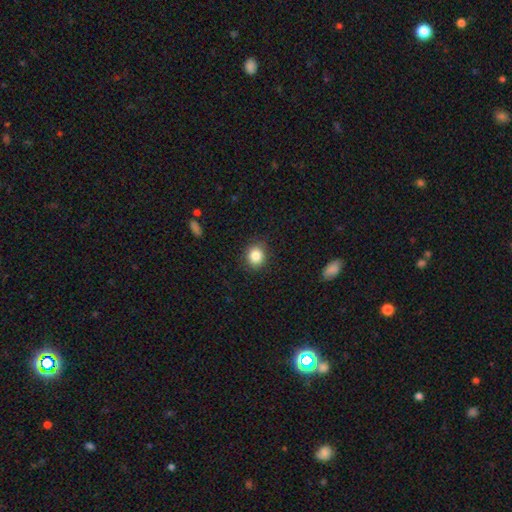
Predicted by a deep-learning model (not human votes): This appears to be a smooth galaxy with no disk features (85%) that is round (77%). Merging: none (87%).